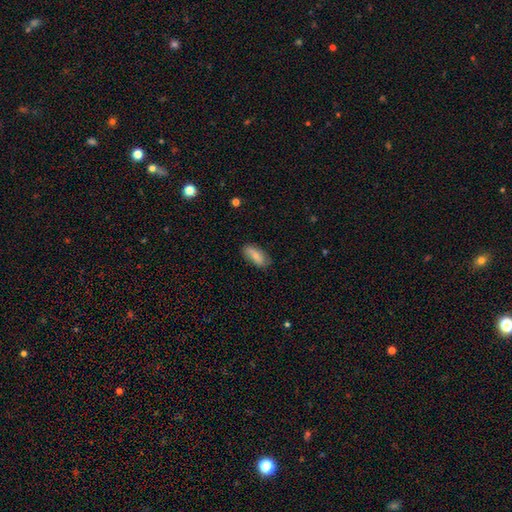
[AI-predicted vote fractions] Smooth or featured? smooth (71%)
How rounded? in between (82%)
Merging? none (78%)